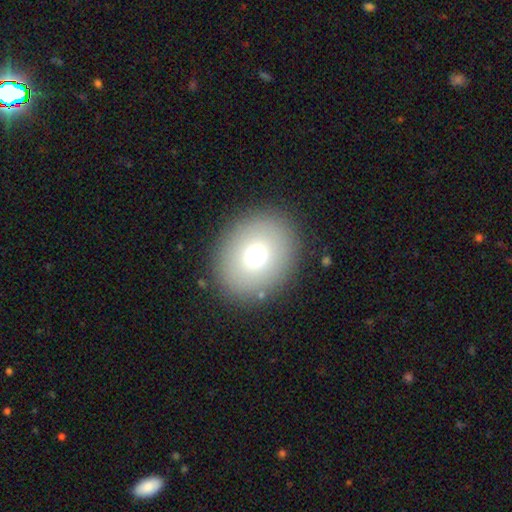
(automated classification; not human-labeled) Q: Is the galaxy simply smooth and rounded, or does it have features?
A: smooth — 72%.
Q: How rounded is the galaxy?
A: round — 62%.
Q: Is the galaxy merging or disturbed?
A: none — 89%.